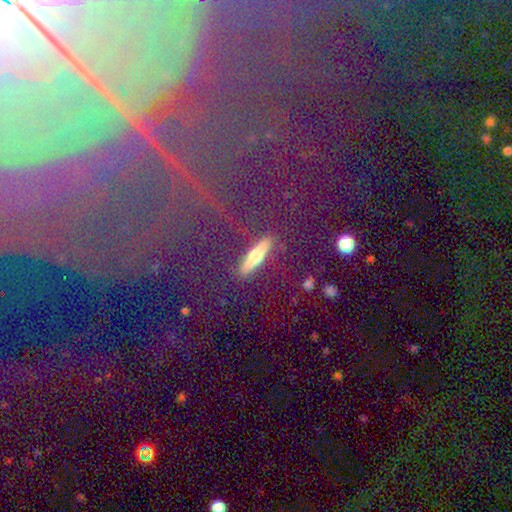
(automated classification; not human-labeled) Q: Smooth or featured?
A: featured or disk (45%); runner-up: smooth (35%)
Q: Merging?
A: none (85%); runner-up: minor disturbance (8%)